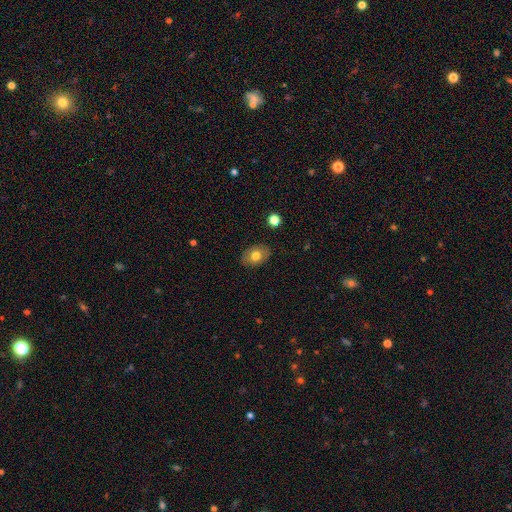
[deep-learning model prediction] A smooth galaxy with no disk features (71%) that is in between round and cigar-shaped (77%). Merging: none (85%).